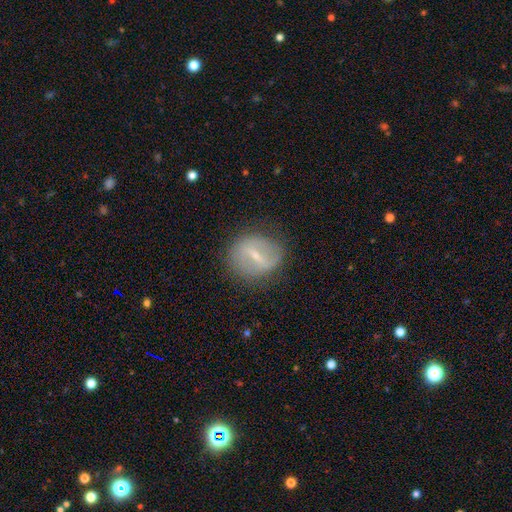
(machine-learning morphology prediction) A featured or disk galaxy (67%) with a strong bar (60%), no spiral arms (60%) and a small central bulge (70%).

Vote fractions:
- Smooth or featured? featured or disk: 67% / smooth: 25% / star or artifact: 8%
- Edge-on disk? no: 90% / yes: 10%
- Bar? strong: 60% / weak: 32% / no: 8%
- Spiral arms? no: 60% / yes: 40%
- Bulge size? small: 70% / moderate: 22% / none: 6% / large: 1% / dominant: 1%
- Merging? none: 78% / minor disturbance: 14% / major disturbance: 6% / merger: 1%